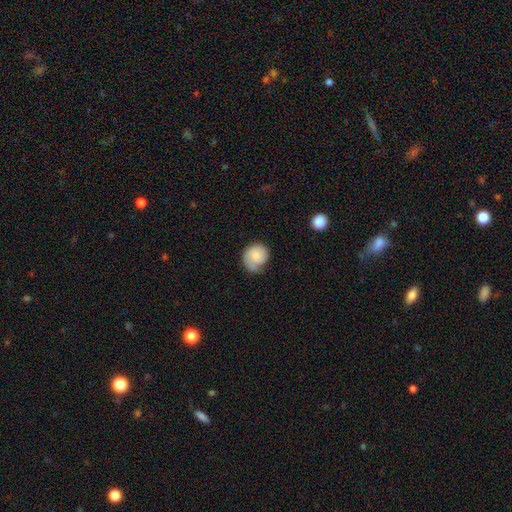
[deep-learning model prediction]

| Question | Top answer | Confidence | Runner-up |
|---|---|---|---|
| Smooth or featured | smooth | 65% | featured or disk (28%) |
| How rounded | round | 74% | in between (25%) |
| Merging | none | 49% | minor disturbance (32%) |